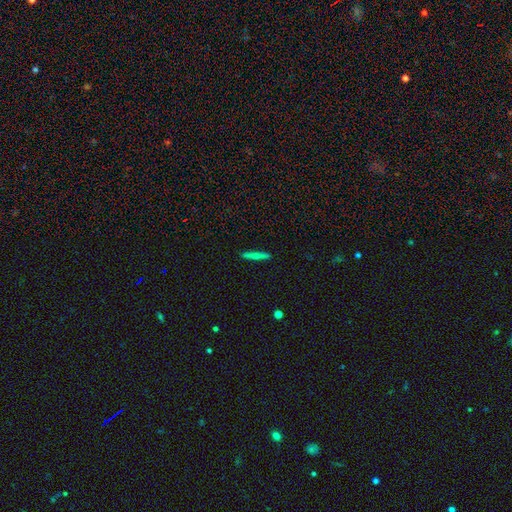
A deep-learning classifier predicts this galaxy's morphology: type=smooth (66%); roundness=cigar-shaped (94%); merging=none (90%).